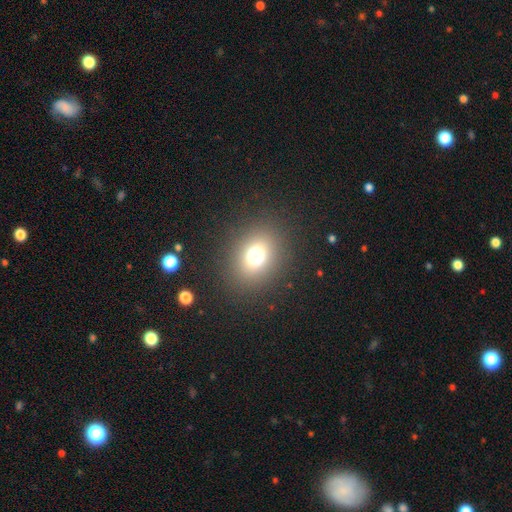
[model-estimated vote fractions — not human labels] smooth_or_featured: smooth (p=0.70) [alt: star or artifact p=0.20]
how_rounded: round (p=0.59) [alt: in between p=0.40]
merging: none (p=0.87) [alt: minor disturbance p=0.07]